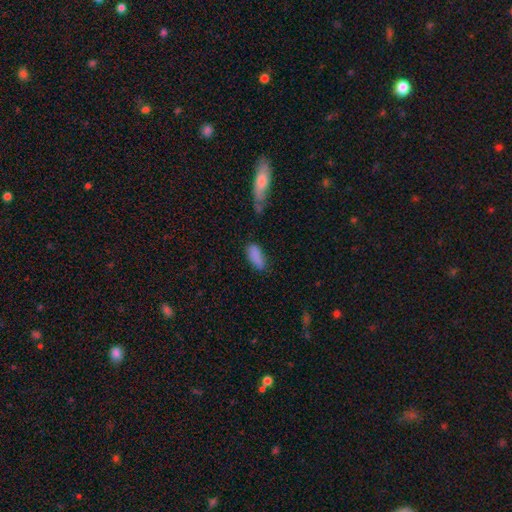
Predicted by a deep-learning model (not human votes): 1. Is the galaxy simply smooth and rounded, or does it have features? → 85% smooth, 8% star or artifact, 6% featured or disk.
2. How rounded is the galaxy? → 79% in between, 18% cigar-shaped, 2% round.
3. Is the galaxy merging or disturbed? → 65% none, 22% minor disturbance, 7% major disturbance, 6% merger.